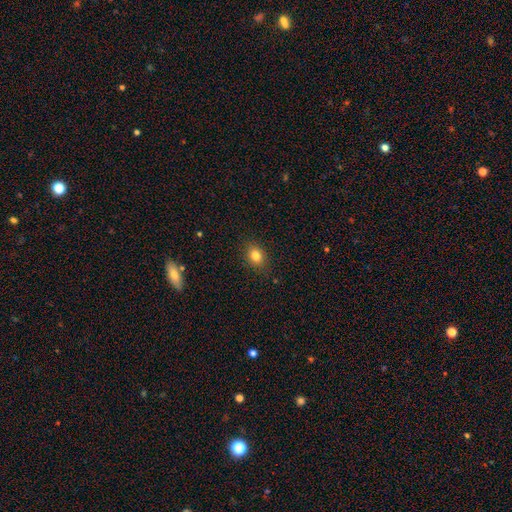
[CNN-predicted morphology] Smooth or featured? smooth (81%)
How rounded? in between (60%)
Merging? none (86%)